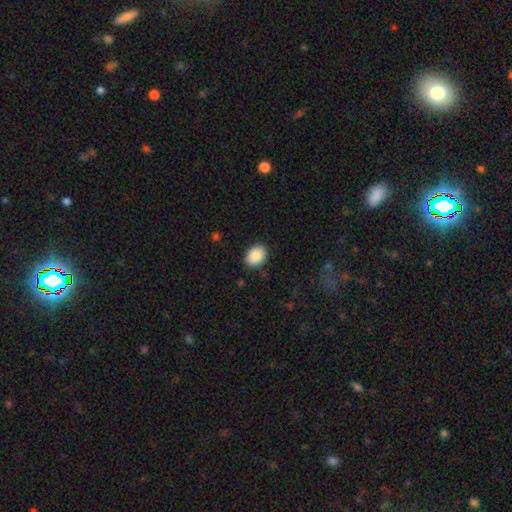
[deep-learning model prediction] This appears to be a smooth galaxy with no disk features (89%) that is in between round and cigar-shaped (74%). Merging: none (88%).